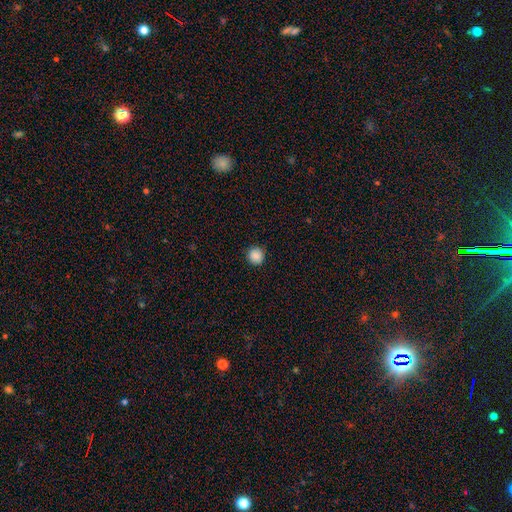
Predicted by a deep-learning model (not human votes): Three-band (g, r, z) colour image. It shows a smooth galaxy with no disk features (87%) that is round (94%). Merging: none (91%).